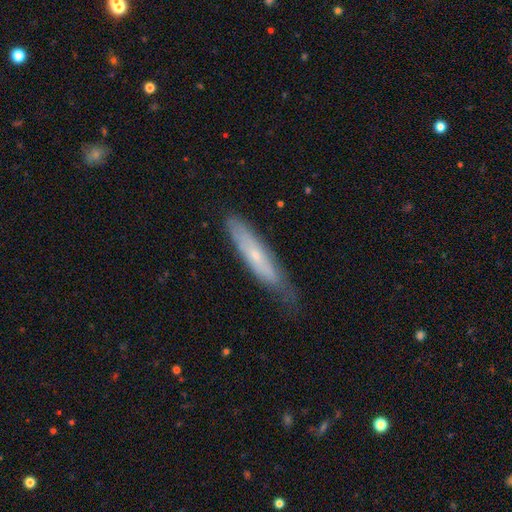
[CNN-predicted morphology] This is possibly a featured or disk galaxy (48%). Merging: likely none (61%).